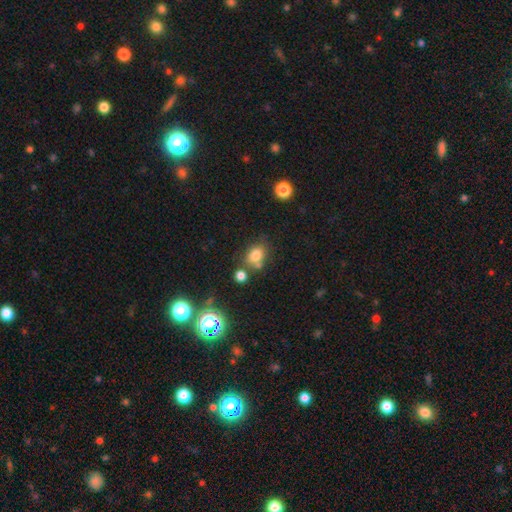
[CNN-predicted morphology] smooth-or-featured: smooth: 77% | star or artifact: 14% | featured or disk: 9%
  how-rounded: in between: 64% | round: 34% | cigar-shaped: 2%
  merging: none: 57% | merger: 21% | minor disturbance: 16% | major disturbance: 5%